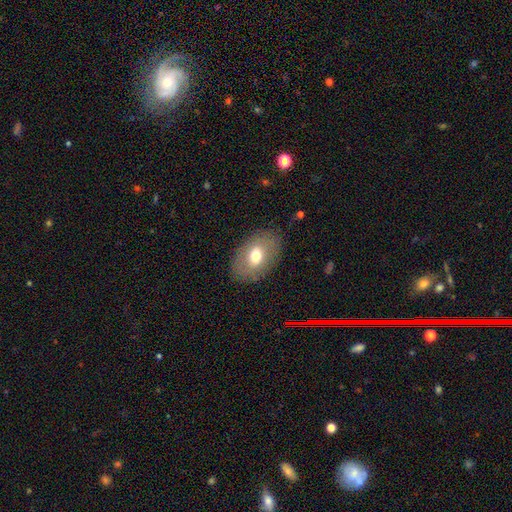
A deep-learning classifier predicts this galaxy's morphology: smooth_or_featured: smooth (p=0.67) [alt: featured or disk p=0.25]
how_rounded: in between (p=0.86) [alt: round p=0.13]
merging: none (p=0.83) [alt: minor disturbance p=0.12]